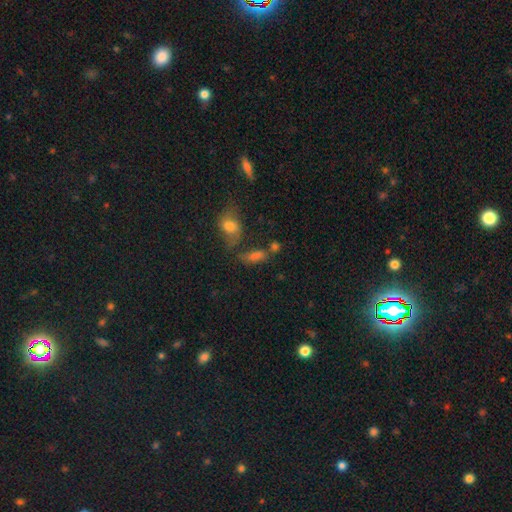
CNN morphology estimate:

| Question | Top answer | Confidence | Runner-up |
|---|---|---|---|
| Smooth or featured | smooth | 68% | star or artifact (18%) |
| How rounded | in between | 67% | cigar-shaped (24%) |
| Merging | none | 52% | merger (21%) |